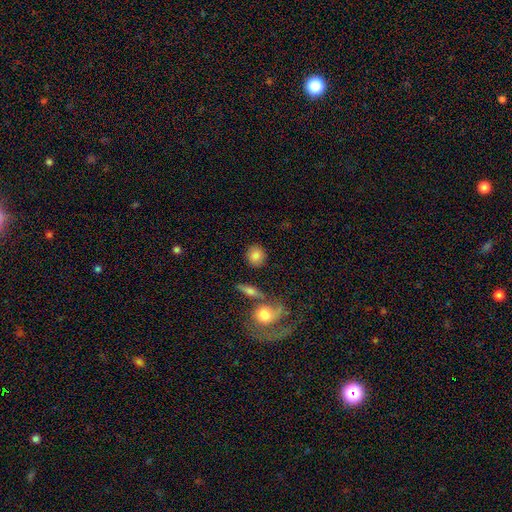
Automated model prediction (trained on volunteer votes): Smooth or featured? Predicted: smooth (p=0.81). How rounded? Predicted: round (p=0.85). Merging? Predicted: none (p=0.84).